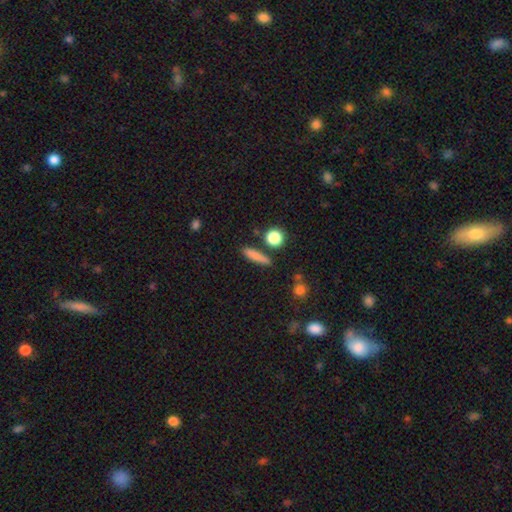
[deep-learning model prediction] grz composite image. It shows a smooth galaxy with no disk features (79%) that is cigar-shaped (74%). Merging: none (83%).